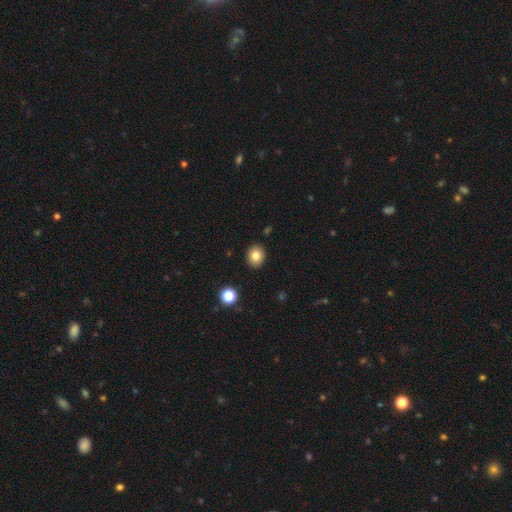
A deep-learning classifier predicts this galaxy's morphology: Overall: smooth (81%). How rounded: round (62%; in between 37%). Merging: none (90%).